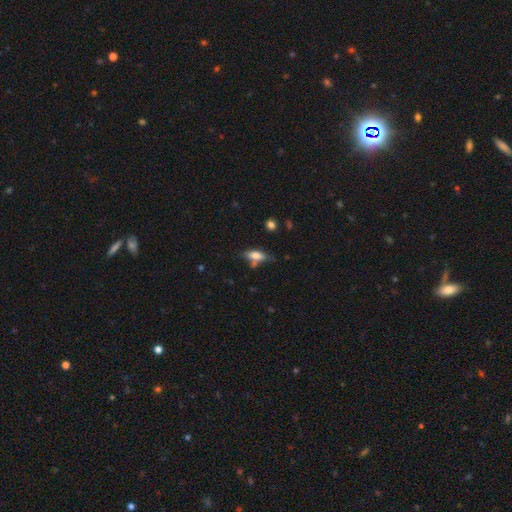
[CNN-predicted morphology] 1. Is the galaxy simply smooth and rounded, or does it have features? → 72% smooth, 20% featured or disk, 8% star or artifact.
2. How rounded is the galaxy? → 71% in between, 26% cigar-shaped, 3% round.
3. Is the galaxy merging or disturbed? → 58% none, 22% minor disturbance, 13% merger, 7% major disturbance.